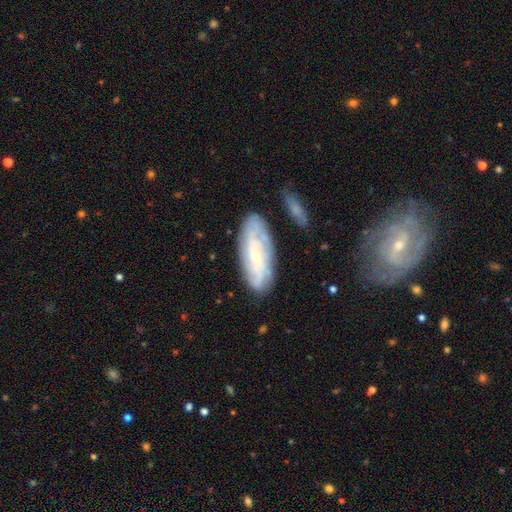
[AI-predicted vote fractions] This appears to be a featured or disk galaxy (67%) with no bar (60%), spiral arms (85%) and a small central bulge (76%). Merging: none (78%).